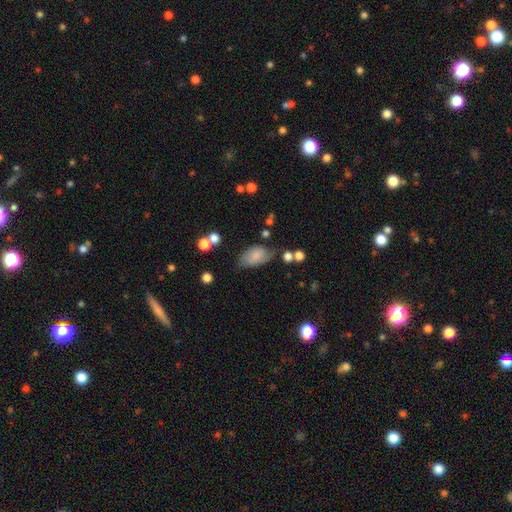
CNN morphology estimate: Smooth or featured: smooth — 74% (featured or disk — 17%)
How rounded: in between — 92% (round — 5%)
Merging: none — 49% (minor disturbance — 32%)